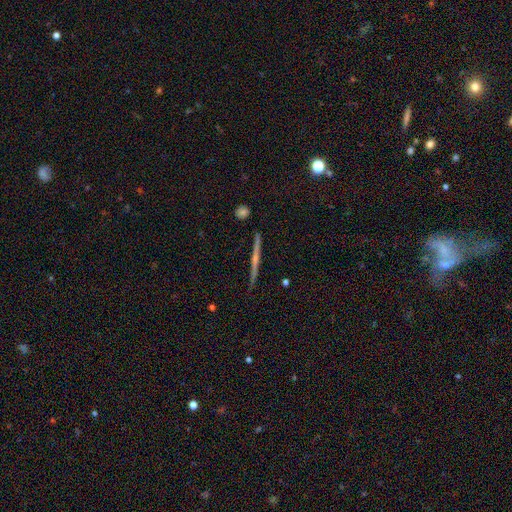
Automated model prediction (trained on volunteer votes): featured or disk 72%, smooth 20%, star or artifact 8%. Down the decision tree: edge-on disk — yes (98%); edge-on bulge — rounded (53%); merging — none (92%).